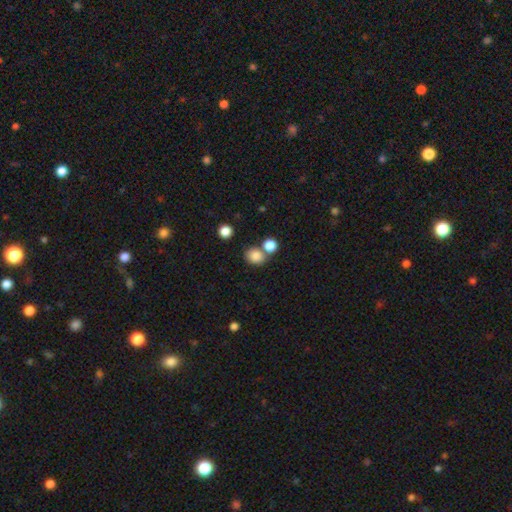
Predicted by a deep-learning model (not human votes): A smooth galaxy with no disk features (83%) that is round (60%).

Vote fractions:
- Smooth or featured? smooth: 83% / star or artifact: 11% / featured or disk: 6%
- How rounded? round: 60% / in between: 39% / cigar-shaped: 1%
- Merging? none: 59% / merger: 28% / minor disturbance: 10% / major disturbance: 3%